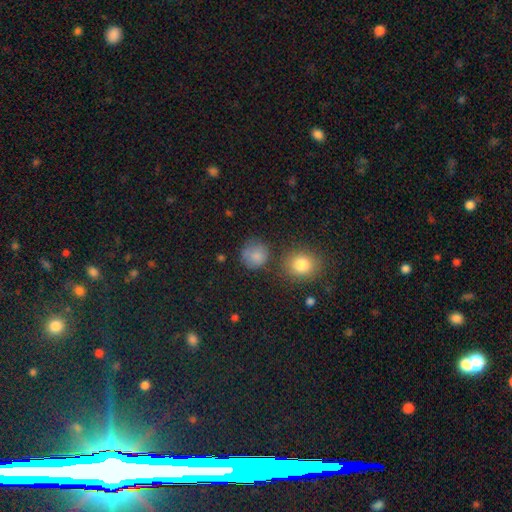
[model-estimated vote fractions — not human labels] smooth-or-featured: smooth: 81% | star or artifact: 12% | featured or disk: 7%
  how-rounded: round: 85% | in between: 14% | cigar-shaped: 1%
  merging: none: 68% | minor disturbance: 18% | major disturbance: 7% | merger: 7%